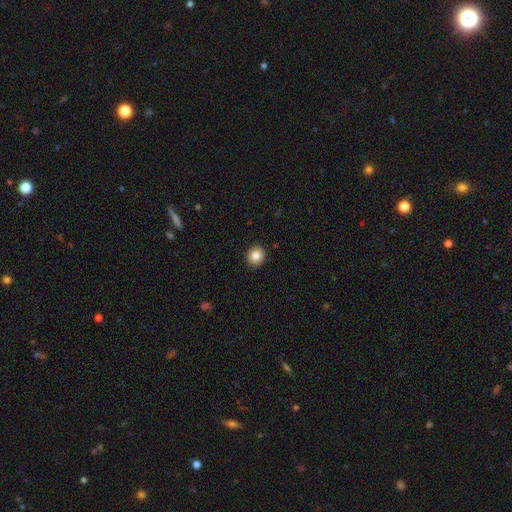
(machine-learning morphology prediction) Smooth or featured? Predicted: smooth (p=0.85). How rounded? Predicted: round (p=0.87). Merging? Predicted: none (p=0.92).